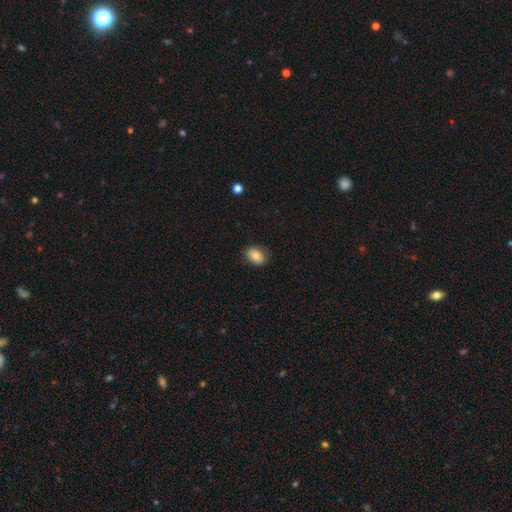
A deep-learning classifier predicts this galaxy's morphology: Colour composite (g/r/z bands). It shows a smooth galaxy with no disk features (83%) that is in between round and cigar-shaped (80%). Merging: none (83%).